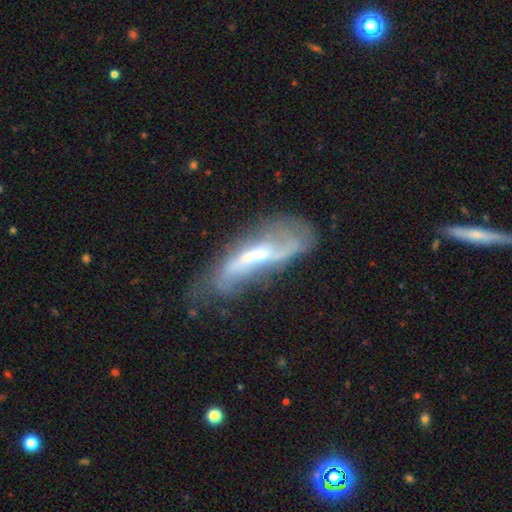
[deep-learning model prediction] Morphology: type=featured or disk (72%); edge-on=no (83%); bar=weak (39%); spiral arms=yes (75%); bulge=small (42%); merging=none (39%).